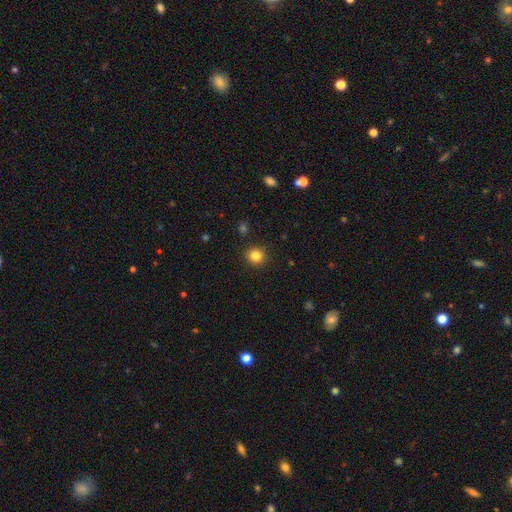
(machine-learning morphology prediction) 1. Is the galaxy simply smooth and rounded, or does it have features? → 83% smooth, 12% star or artifact, 5% featured or disk.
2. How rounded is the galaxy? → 87% round, 12% in between, 1% cigar-shaped.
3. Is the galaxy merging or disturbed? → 90% none, 6% minor disturbance, 2% major disturbance, 1% merger.